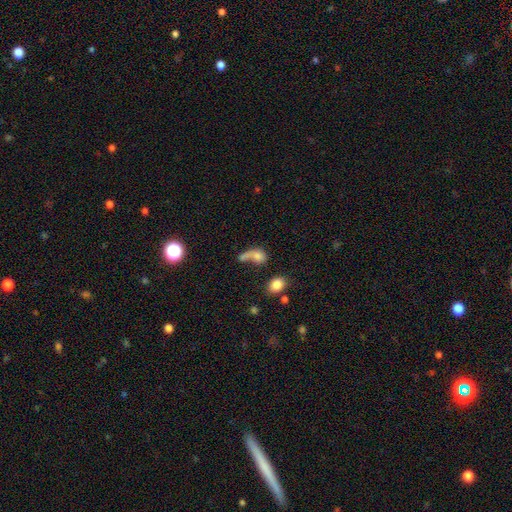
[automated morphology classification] type=smooth (65%); roundness=in between (56%); merging=merger (35%).